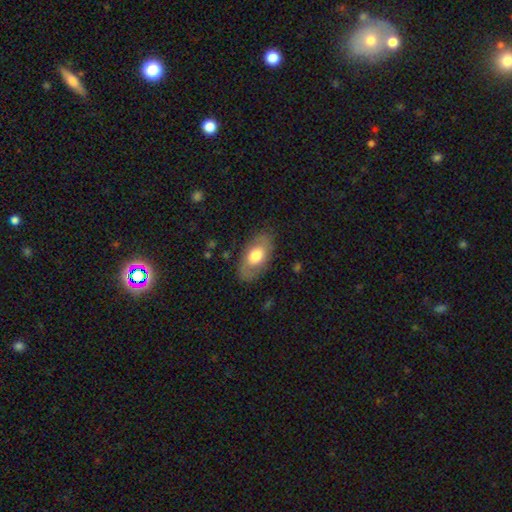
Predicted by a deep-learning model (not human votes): Morphology: type=smooth (61%); roundness=in between (91%); merging=none (79%).